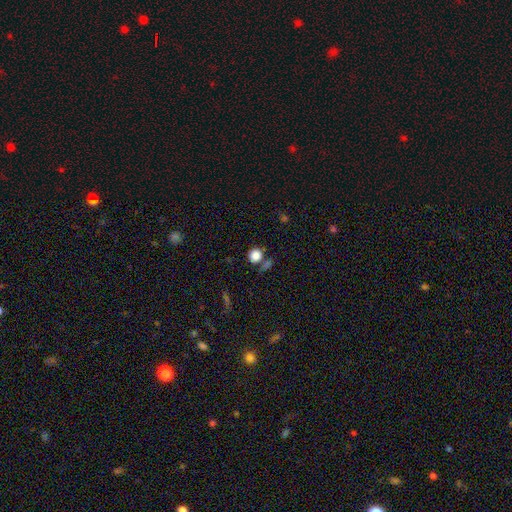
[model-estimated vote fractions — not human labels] This is clearly a smooth galaxy (84%). How rounded: clearly round (87%). Merging: likely none (67%).